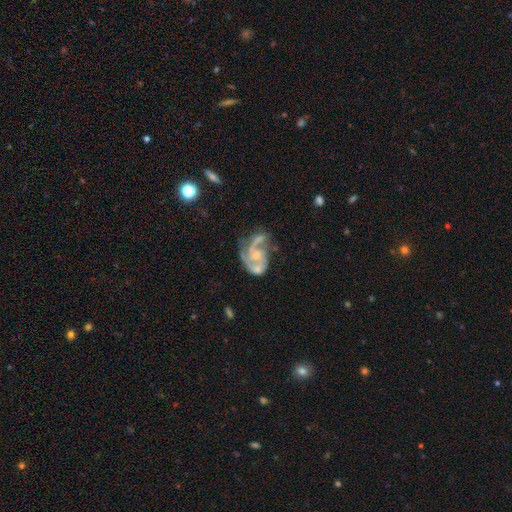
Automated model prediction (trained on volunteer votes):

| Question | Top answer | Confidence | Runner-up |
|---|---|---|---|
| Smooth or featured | featured or disk | 81% | smooth (12%) |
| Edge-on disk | no | 98% | yes (2%) |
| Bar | no | 71% | weak (25%) |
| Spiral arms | yes | 84% | no (16%) |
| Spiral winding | medium | 48% | tight (28%) |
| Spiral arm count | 2 | 45% | 3 (22%) |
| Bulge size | small | 47% | moderate (36%) |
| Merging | none | 33% | major disturbance (28%) |